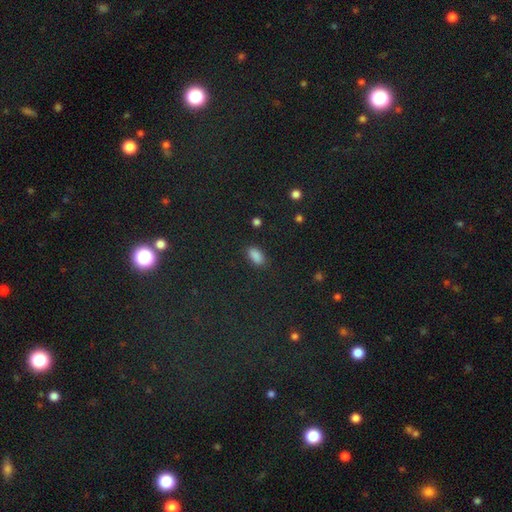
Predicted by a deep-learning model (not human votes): Smooth or featured? Predicted: smooth (p=0.85). How rounded? Predicted: in between (p=0.92). Merging? Predicted: none (p=0.84).